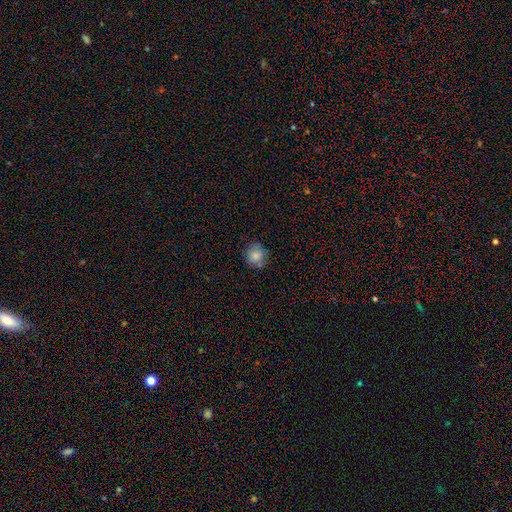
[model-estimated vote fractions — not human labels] Q: Smooth or featured?
A: smooth (81%); runner-up: star or artifact (10%)
Q: How rounded?
A: round (89%); runner-up: in between (10%)
Q: Merging?
A: none (74%); runner-up: minor disturbance (17%)